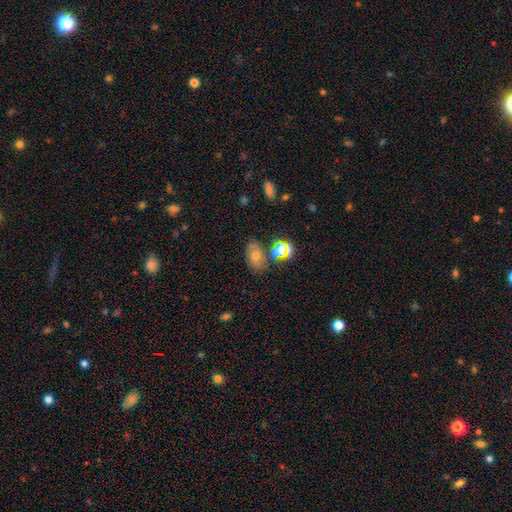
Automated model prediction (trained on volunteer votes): Smooth or featured? Predicted: smooth (p=0.38). Merging? Predicted: none (p=0.73).